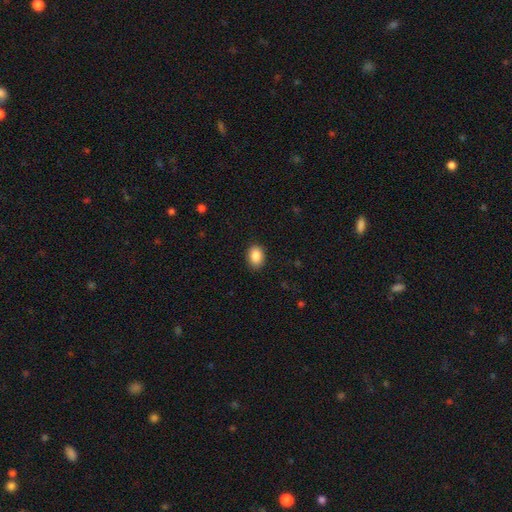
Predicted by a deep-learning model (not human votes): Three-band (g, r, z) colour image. It shows a smooth galaxy with no disk features (88%) that is in between round and cigar-shaped (79%). Merging: none (88%).